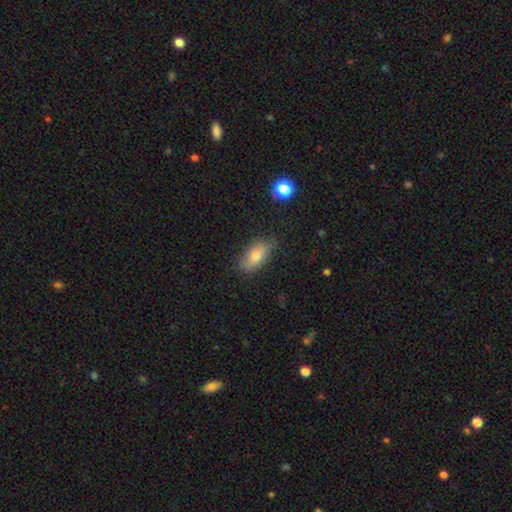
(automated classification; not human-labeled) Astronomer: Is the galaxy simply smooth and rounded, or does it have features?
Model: smooth — 73%.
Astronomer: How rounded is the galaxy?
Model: in between — 86%.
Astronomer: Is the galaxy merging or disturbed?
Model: none — 79%.